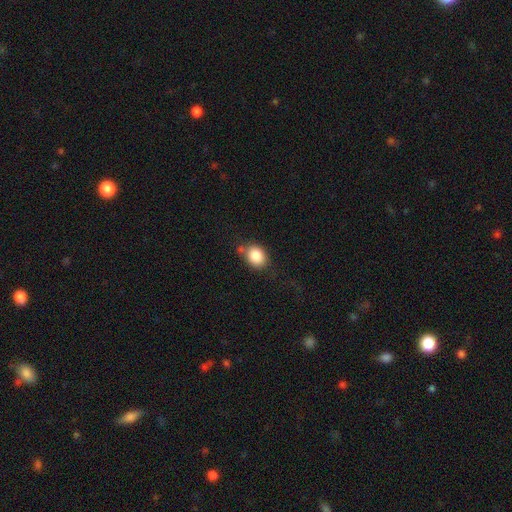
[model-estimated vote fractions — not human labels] Smooth or featured: smooth — 86% (star or artifact — 9%)
How rounded: round — 52% (in between — 47%)
Merging: none — 66% (minor disturbance — 18%)